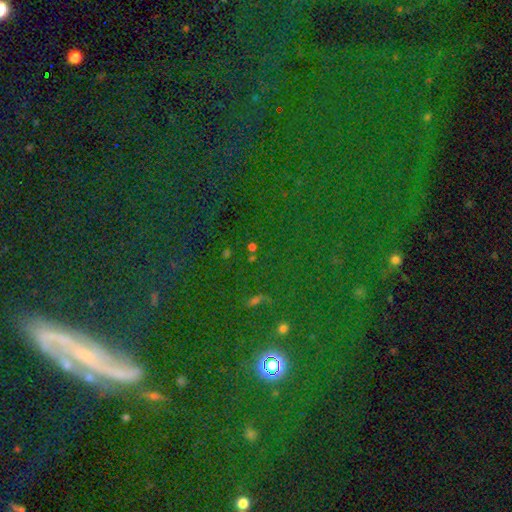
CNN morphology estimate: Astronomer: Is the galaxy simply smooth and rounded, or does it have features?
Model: star or artifact — 64%.